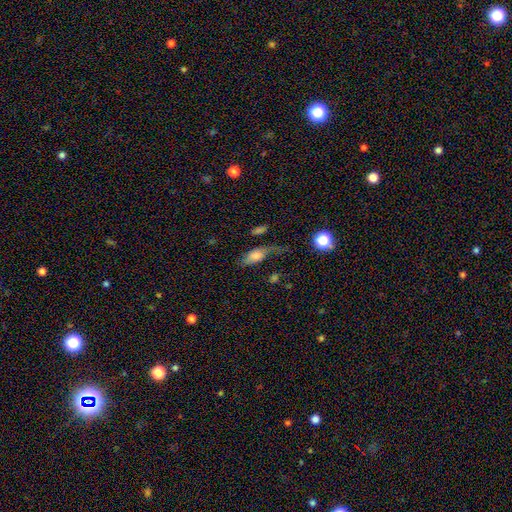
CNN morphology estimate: Overall: smooth (62%; featured or disk 28%). How rounded: in between (79%). Merging: none (37%; major disturbance 31%).